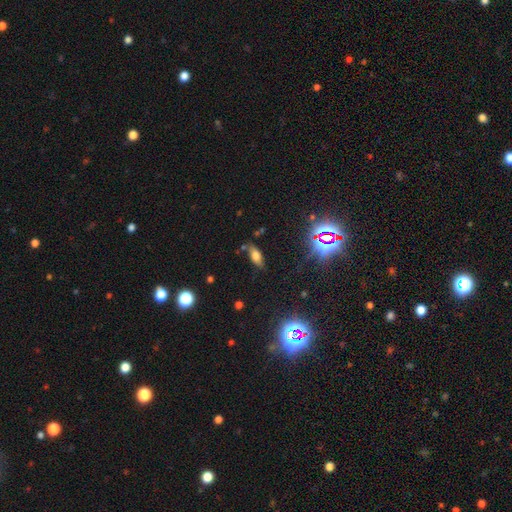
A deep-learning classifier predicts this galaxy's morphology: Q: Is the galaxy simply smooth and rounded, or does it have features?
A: smooth — 62%.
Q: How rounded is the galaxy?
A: in between — 80%.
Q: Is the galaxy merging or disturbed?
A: none — 70%.